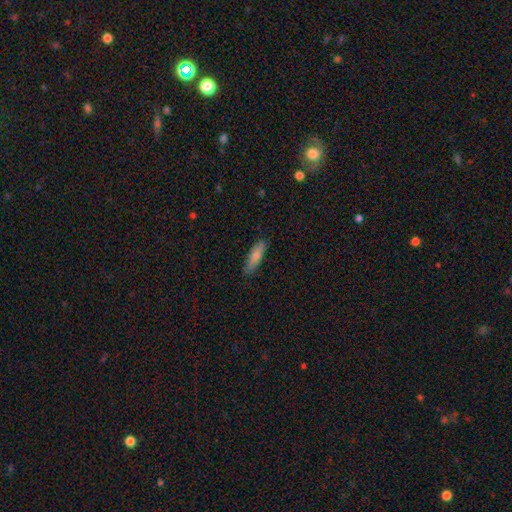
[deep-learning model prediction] smooth_or_featured: smooth (p=0.80) [alt: featured or disk p=0.14]
how_rounded: cigar-shaped (p=0.62) [alt: in between p=0.36]
merging: none (p=0.84) [alt: minor disturbance p=0.12]